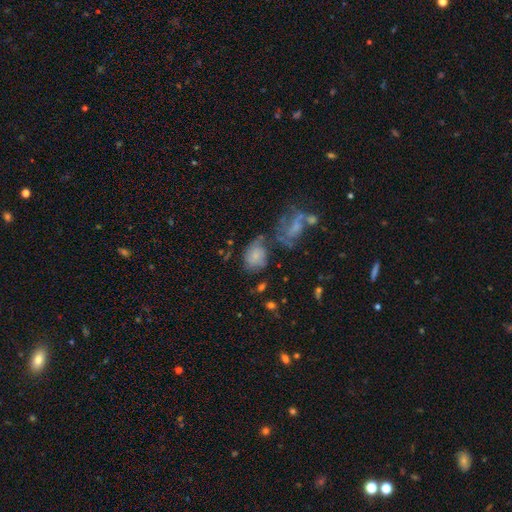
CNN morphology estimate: Overall: smooth (62%; featured or disk 27%). How rounded: in between (61%; round 37%). Merging: none (38%; minor disturbance 24%).